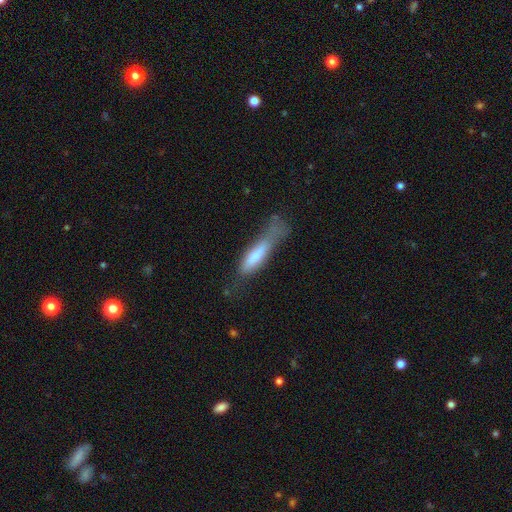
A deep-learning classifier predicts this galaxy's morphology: Smooth or featured? smooth (71%)
How rounded? cigar-shaped (74%)
Merging? major disturbance (33%)